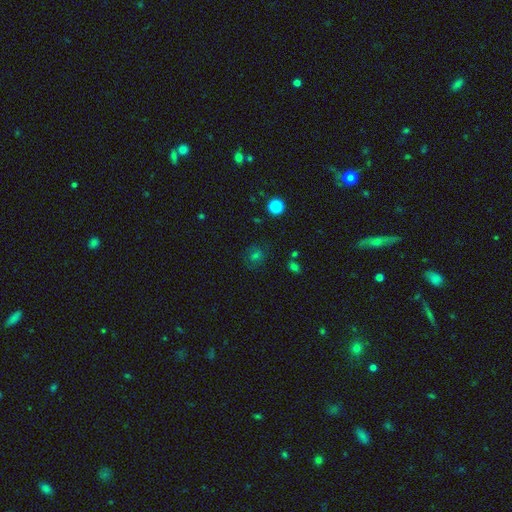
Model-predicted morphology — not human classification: Q: Smooth or featured?
A: smooth (54%); runner-up: star or artifact (33%)
Q: How rounded?
A: round (84%); runner-up: in between (15%)
Q: Merging?
A: none (80%); runner-up: minor disturbance (12%)